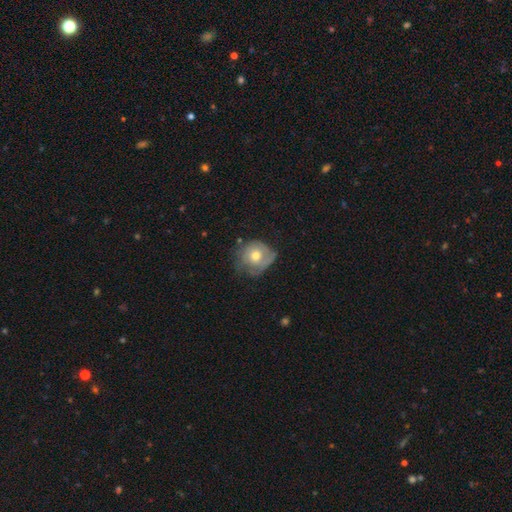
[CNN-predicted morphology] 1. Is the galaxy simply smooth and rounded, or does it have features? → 50% smooth, 43% featured or disk, 7% star or artifact.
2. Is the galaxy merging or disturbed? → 46% none, 33% minor disturbance, 19% major disturbance, 2% merger.